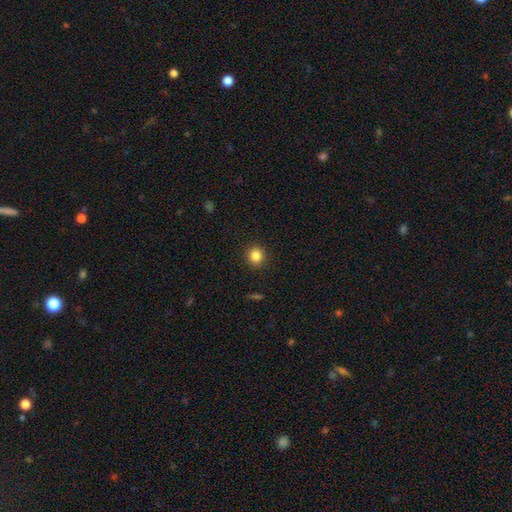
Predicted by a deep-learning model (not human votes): Smooth or featured? Predicted: smooth (p=0.84). How rounded? Predicted: round (p=0.93). Merging? Predicted: none (p=0.92).